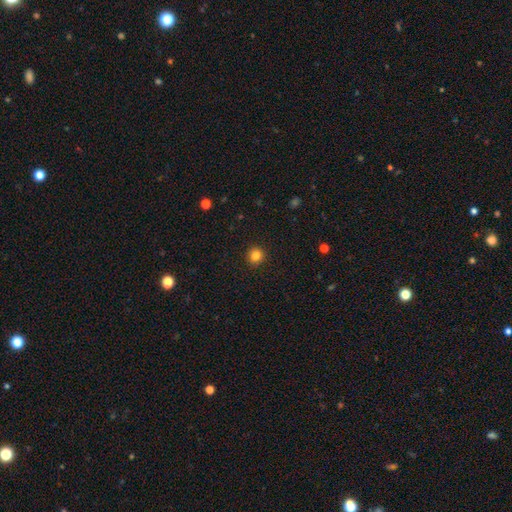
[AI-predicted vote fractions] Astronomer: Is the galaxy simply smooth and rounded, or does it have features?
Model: smooth — 83%.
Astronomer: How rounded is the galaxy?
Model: round — 94%.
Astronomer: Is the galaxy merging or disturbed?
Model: none — 93%.